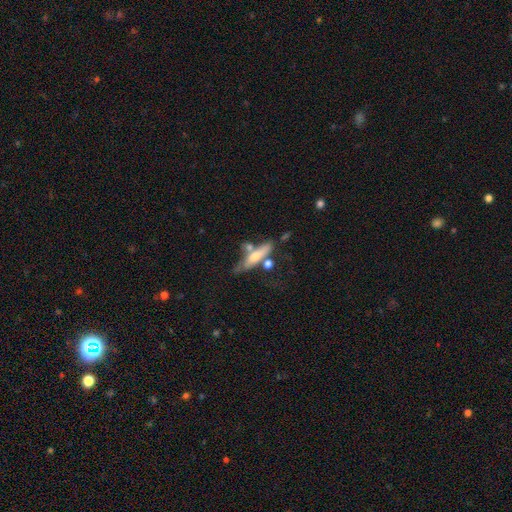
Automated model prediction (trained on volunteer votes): Smooth or featured? smooth (55%)
How rounded? cigar-shaped (72%)
Merging? none (47%)